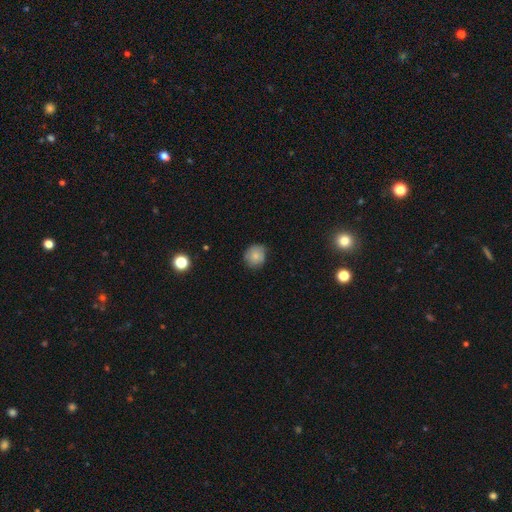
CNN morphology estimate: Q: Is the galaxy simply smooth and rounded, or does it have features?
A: smooth — 80%.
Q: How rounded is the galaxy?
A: round — 85%.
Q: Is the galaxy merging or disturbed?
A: none — 74%.